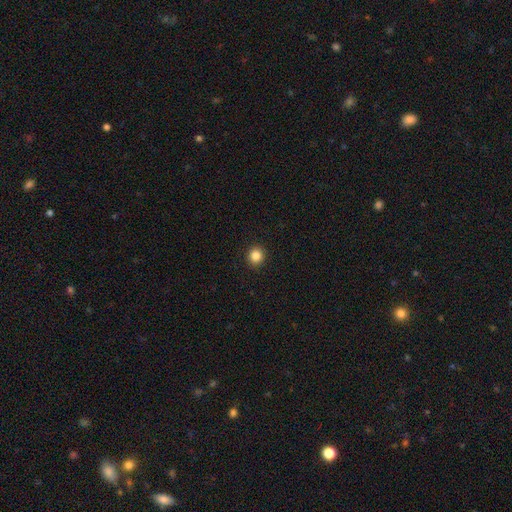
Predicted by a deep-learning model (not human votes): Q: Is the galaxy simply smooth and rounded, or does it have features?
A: smooth — 85%.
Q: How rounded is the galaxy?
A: round — 90%.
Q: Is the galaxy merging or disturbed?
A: none — 93%.